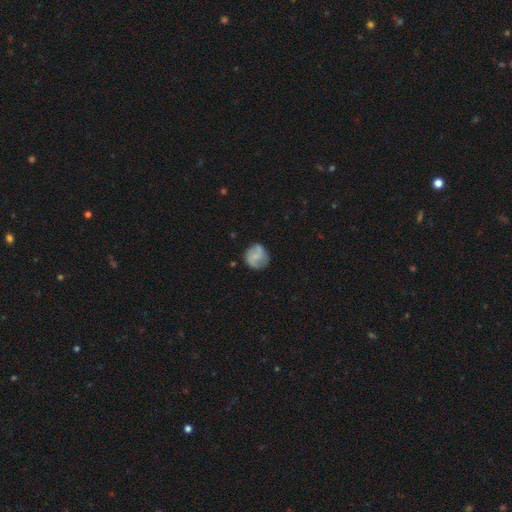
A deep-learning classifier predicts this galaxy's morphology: type=smooth (56%); roundness=round (85%); merging=none (72%).